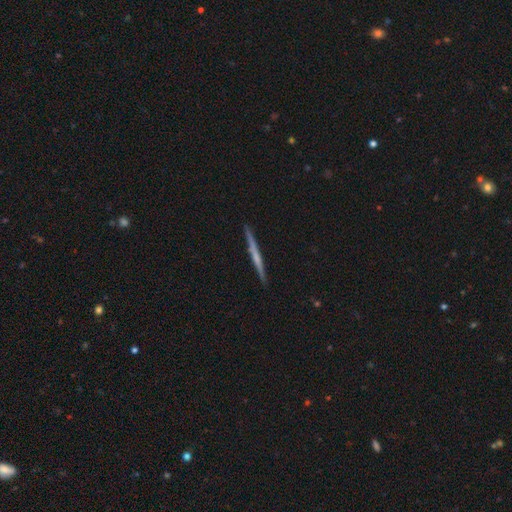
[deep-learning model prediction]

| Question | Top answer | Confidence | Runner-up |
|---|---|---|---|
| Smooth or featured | featured or disk | 63% | smooth (32%) |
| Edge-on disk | yes | 98% | no (2%) |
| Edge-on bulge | none | 62% | rounded (29%) |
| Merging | none | 91% | minor disturbance (6%) |